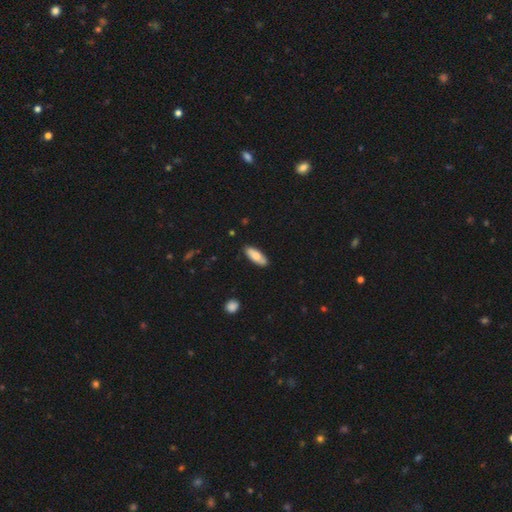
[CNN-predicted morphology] The model was most divided on "how rounded": in between: 70%, cigar-shaped: 28%, round: 2%. More confident: merging — none (85%); smooth or featured — smooth (74%).